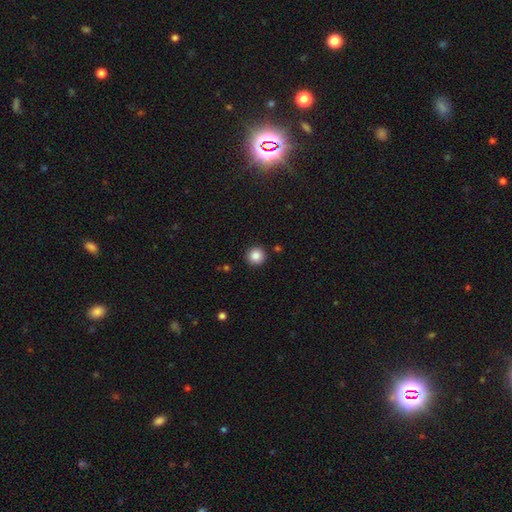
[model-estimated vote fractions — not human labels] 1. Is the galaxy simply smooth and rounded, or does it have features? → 86% smooth, 10% star or artifact, 4% featured or disk.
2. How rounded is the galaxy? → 96% round, 3% in between, 1% cigar-shaped.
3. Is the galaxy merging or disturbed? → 92% none, 5% minor disturbance, 2% major disturbance, 1% merger.